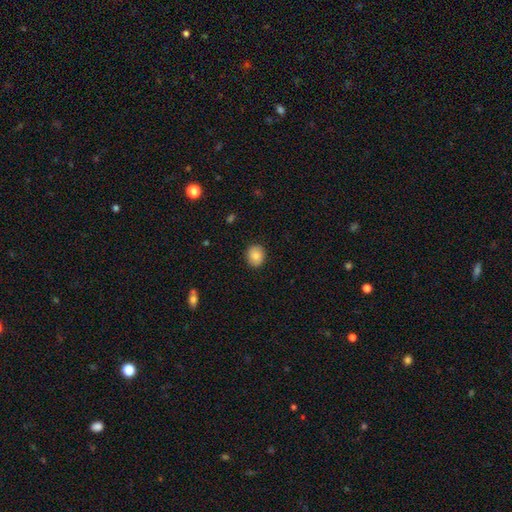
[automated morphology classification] Smooth or featured: smooth — 84% (featured or disk — 9%)
How rounded: round — 69% (in between — 30%)
Merging: none — 88% (minor disturbance — 9%)